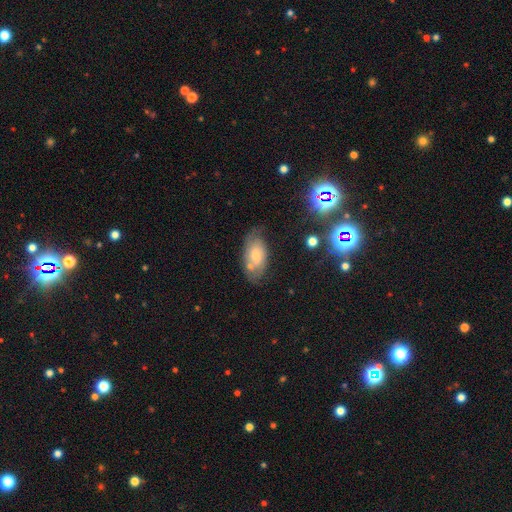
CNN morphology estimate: A smooth galaxy with no disk features (57%) that is in between round and cigar-shaped (92%).

Vote fractions:
- Smooth or featured? smooth: 57% / featured or disk: 35% / star or artifact: 8%
- How rounded? in between: 92% / cigar-shaped: 4% / round: 4%
- Merging? none: 55% / minor disturbance: 26% / merger: 11% / major disturbance: 9%